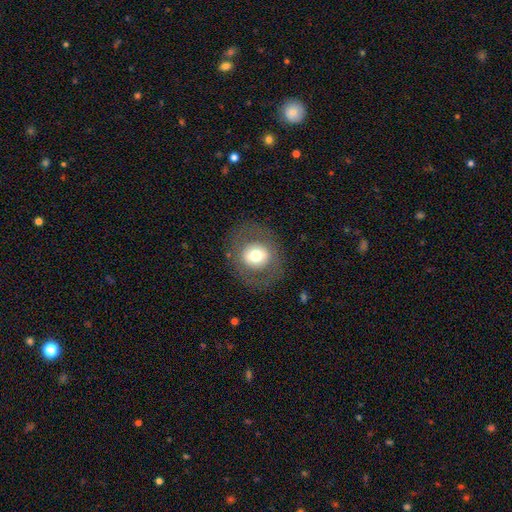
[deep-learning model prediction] A smooth galaxy with no disk features (58%) that is round (77%).

Vote fractions:
- Smooth or featured? smooth: 58% / featured or disk: 33% / star or artifact: 9%
- How rounded? round: 77% / in between: 22% / cigar-shaped: 1%
- Merging? none: 81% / minor disturbance: 10% / major disturbance: 8% / merger: 1%